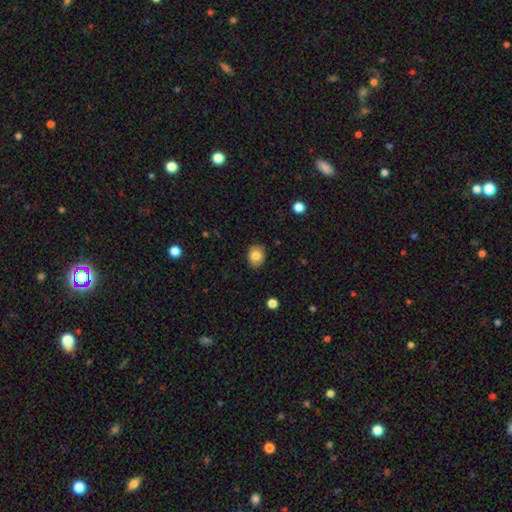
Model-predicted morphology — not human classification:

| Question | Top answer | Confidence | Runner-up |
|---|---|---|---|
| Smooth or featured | smooth | 82% | featured or disk (9%) |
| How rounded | in between | 54% | round (45%) |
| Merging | none | 86% | minor disturbance (11%) |